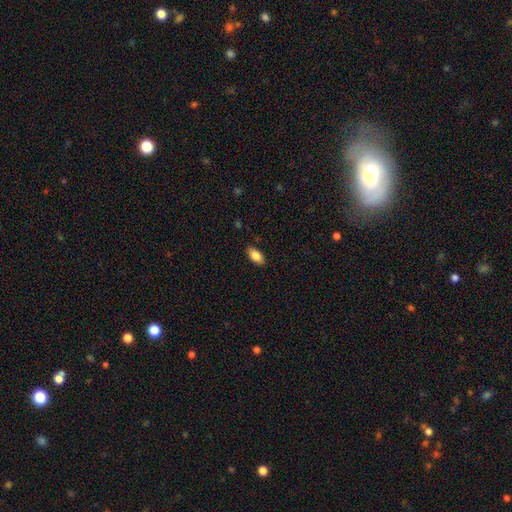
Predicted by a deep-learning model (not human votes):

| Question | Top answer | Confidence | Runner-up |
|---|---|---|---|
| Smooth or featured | smooth | 83% | featured or disk (9%) |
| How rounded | in between | 91% | cigar-shaped (6%) |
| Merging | none | 87% | minor disturbance (10%) |